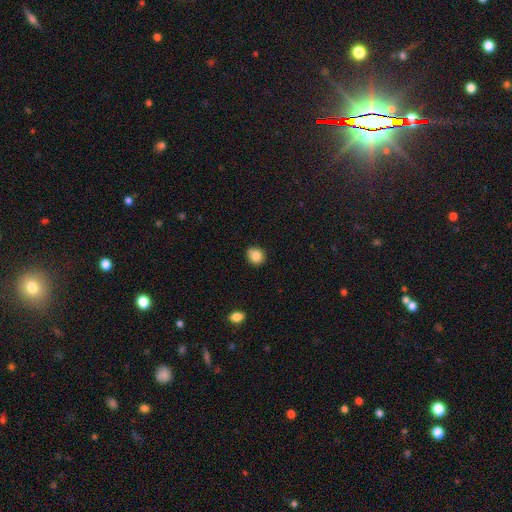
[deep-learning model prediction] Smooth or featured? Predicted: smooth (p=0.84). How rounded? Predicted: round (p=0.83). Merging? Predicted: none (p=0.76).